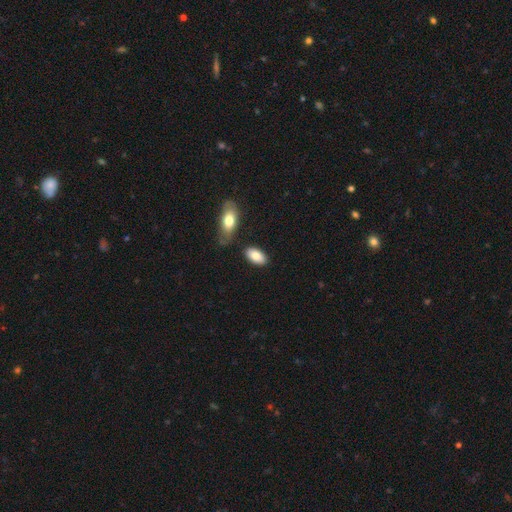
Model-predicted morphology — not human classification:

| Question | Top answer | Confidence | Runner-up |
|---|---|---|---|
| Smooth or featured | smooth | 81% | featured or disk (12%) |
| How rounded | in between | 94% | cigar-shaped (4%) |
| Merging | none | 80% | minor disturbance (11%) |